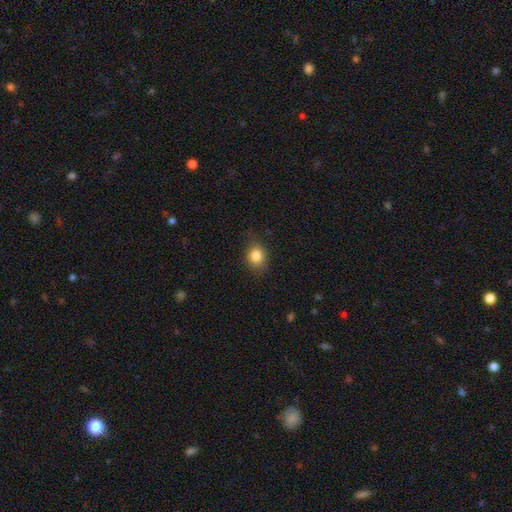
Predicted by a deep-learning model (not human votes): A smooth galaxy with no disk features (83%) that is round (56%). Merging: none (79%).